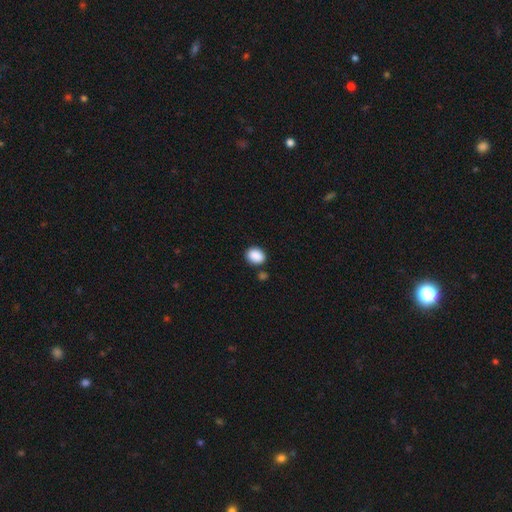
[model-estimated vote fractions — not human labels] A smooth galaxy with no disk features (89%) that is in between round and cigar-shaped (51%).

Vote fractions:
- Smooth or featured? smooth: 89% / star or artifact: 8% / featured or disk: 3%
- How rounded? in between: 51% / round: 48% / cigar-shaped: 1%
- Merging? none: 80% / minor disturbance: 11% / merger: 6% / major disturbance: 3%